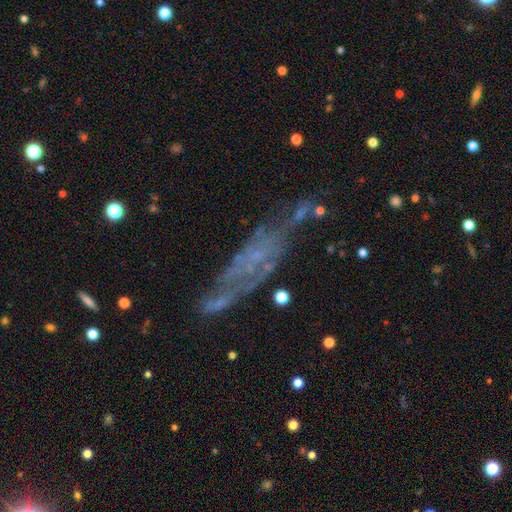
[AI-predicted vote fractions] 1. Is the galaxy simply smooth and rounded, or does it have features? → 55% featured or disk, 26% smooth, 19% star or artifact.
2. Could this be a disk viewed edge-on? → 57% no, 43% yes.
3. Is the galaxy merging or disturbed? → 54% none, 23% minor disturbance, 16% major disturbance, 7% merger.